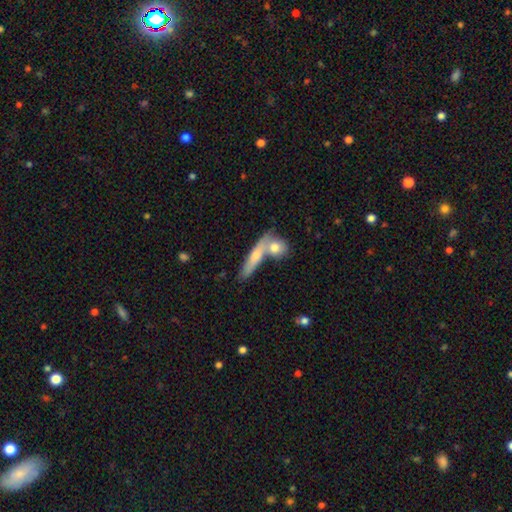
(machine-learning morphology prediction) This appears to be a smooth galaxy with no disk features (64%) that is cigar-shaped (71%). Merging: none (46%).